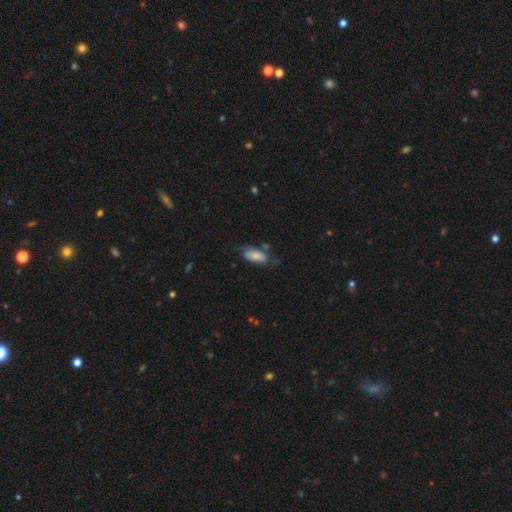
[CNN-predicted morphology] Smooth or featured?
  - smooth: 71% *
  - featured or disk: 22%
  - star or artifact: 7%
How rounded?
  - in between: 86% *
  - cigar-shaped: 12%
  - round: 3%
Merging?
  - none: 50% *
  - minor disturbance: 30%
  - major disturbance: 15%
  - merger: 5%